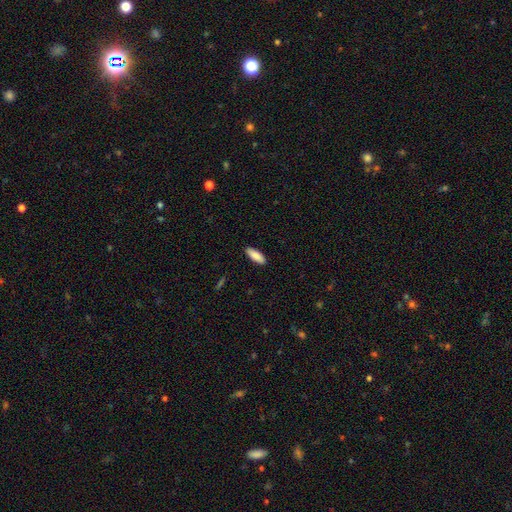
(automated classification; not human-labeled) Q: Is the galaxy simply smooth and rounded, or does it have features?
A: smooth — 87%.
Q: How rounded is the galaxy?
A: in between — 71%.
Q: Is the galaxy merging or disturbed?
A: none — 90%.